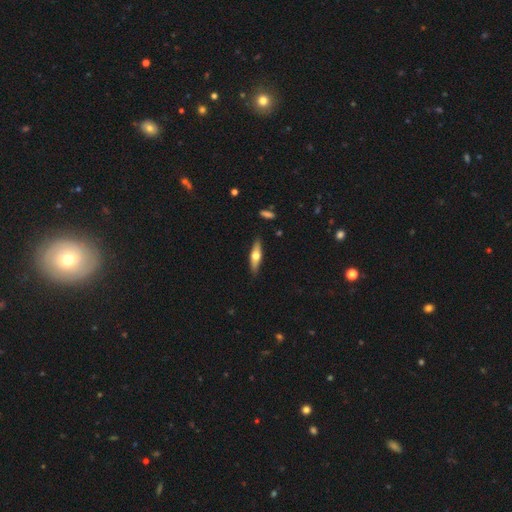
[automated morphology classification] featured or disk 48%, smooth 46%, star or artifact 6%. Down the decision tree: merging — none (87%).